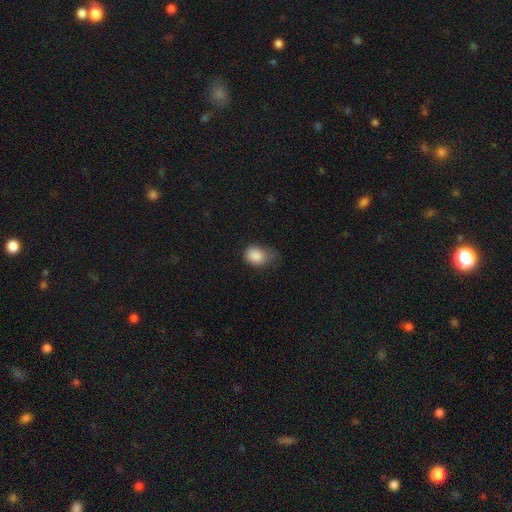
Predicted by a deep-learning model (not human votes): A smooth galaxy with no disk features (85%) that is in between round and cigar-shaped (61%). Merging: minor disturbance (43%).